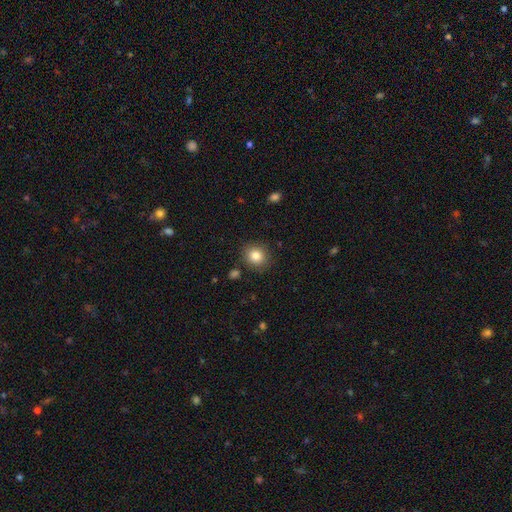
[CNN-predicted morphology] A smooth galaxy with no disk features (84%) that is round (79%). Merging: none (85%).